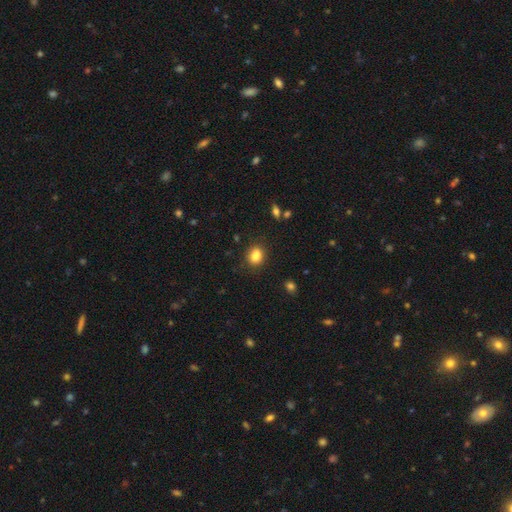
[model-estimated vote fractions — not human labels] Smooth or featured: smooth — 84% (star or artifact — 10%)
How rounded: in between — 59% (round — 39%)
Merging: none — 79% (minor disturbance — 13%)